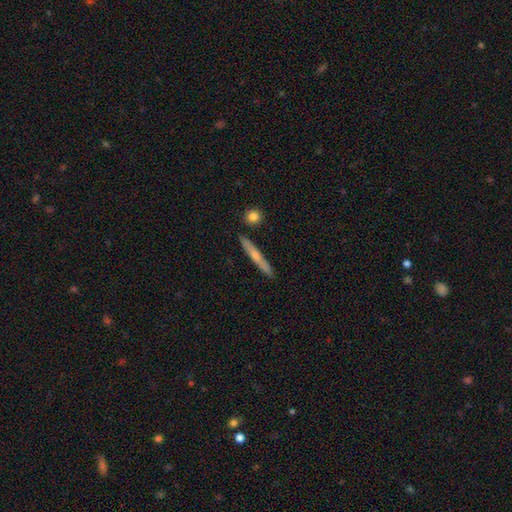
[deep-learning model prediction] Overall: smooth (48%; featured or disk 46%). Merging: none (87%).